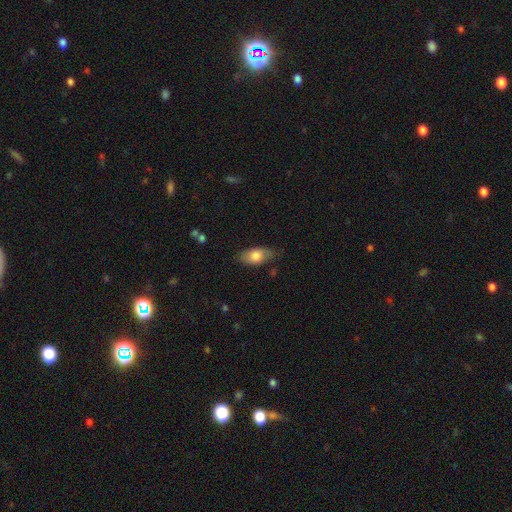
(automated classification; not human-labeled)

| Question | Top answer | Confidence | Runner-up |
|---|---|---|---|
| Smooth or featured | smooth | 76% | featured or disk (17%) |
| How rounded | in between | 88% | cigar-shaped (6%) |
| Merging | none | 67% | minor disturbance (25%) |